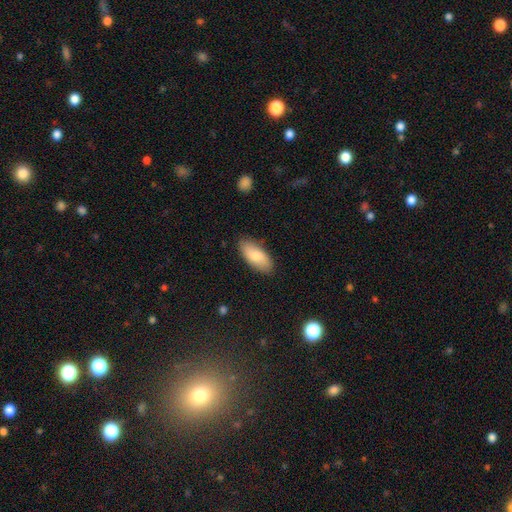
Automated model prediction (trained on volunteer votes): This appears to be a smooth galaxy with no disk features (78%) that is in between round and cigar-shaped (88%). Merging: none (85%).